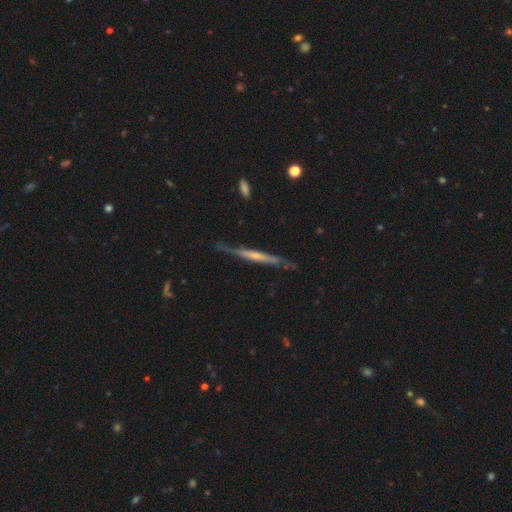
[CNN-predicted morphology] smooth_or_featured: featured or disk (p=0.66) [alt: smooth p=0.29]
disk_edge_on: yes (p=0.93) [alt: no p=0.07]
edge_on_bulge: none (p=0.54) [alt: rounded p=0.35]
merging: none (p=0.71) [alt: minor disturbance p=0.22]